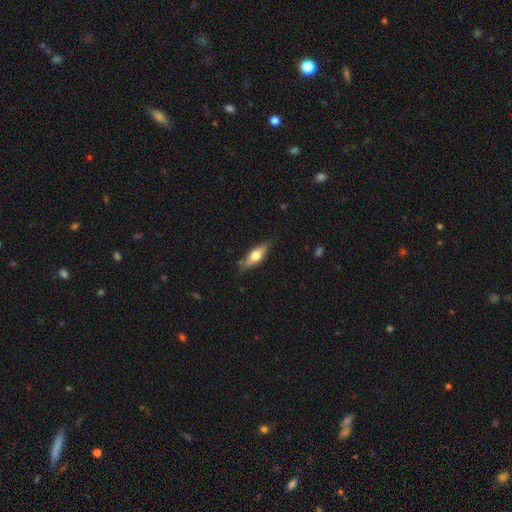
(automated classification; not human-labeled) smooth 56%, featured or disk 38%, star or artifact 6%. Down the decision tree: how rounded — in between (55%); merging — none (76%).